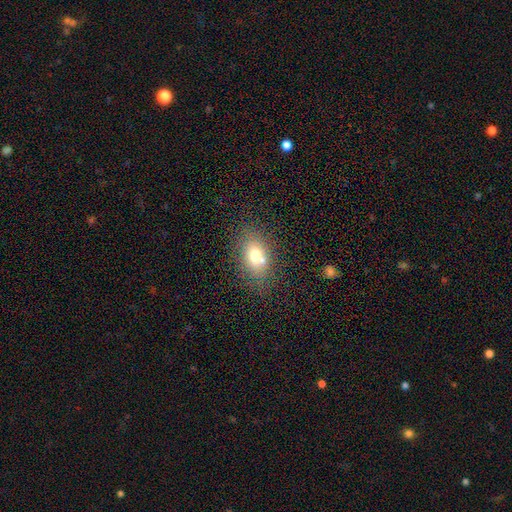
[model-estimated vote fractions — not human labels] The model was most divided on "how rounded": in between: 73%, round: 25%, cigar-shaped: 2%. More confident: smooth or featured — smooth (69%); merging — none (66%).